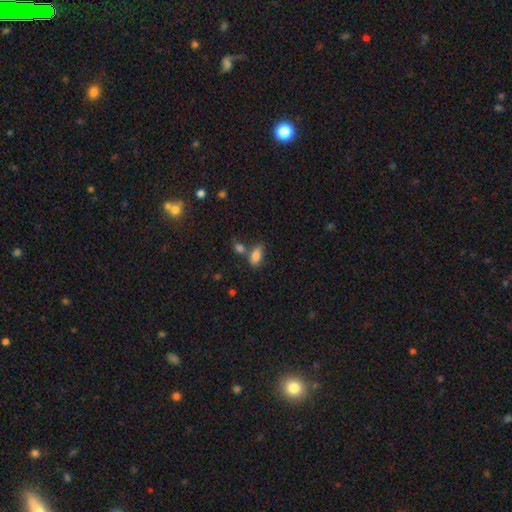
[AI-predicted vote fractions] A smooth galaxy with no disk features (85%) that is in between round and cigar-shaped (89%).

Vote fractions:
- Smooth or featured? smooth: 85% / star or artifact: 9% / featured or disk: 6%
- How rounded? in between: 89% / cigar-shaped: 6% / round: 5%
- Merging? none: 55% / merger: 25% / minor disturbance: 15% / major disturbance: 5%